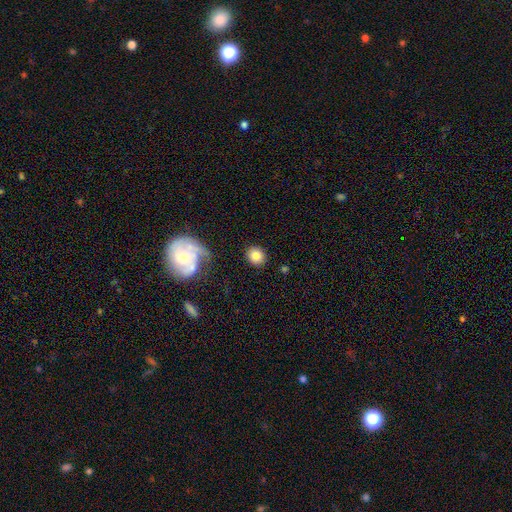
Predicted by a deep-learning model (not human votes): Smooth or featured?
  - smooth: 81% *
  - featured or disk: 10%
  - star or artifact: 9%
How rounded?
  - round: 75% *
  - in between: 24%
  - cigar-shaped: 1%
Merging?
  - none: 85% *
  - minor disturbance: 9%
  - major disturbance: 3%
  - merger: 3%